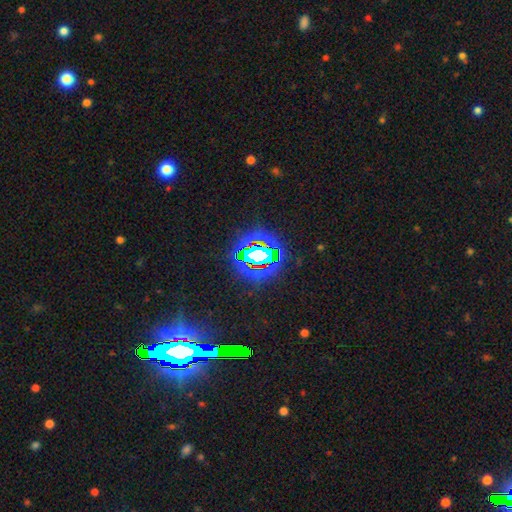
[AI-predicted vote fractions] The model was most divided on "smooth or featured": star or artifact: 76%, smooth: 12%, featured or disk: 11%.